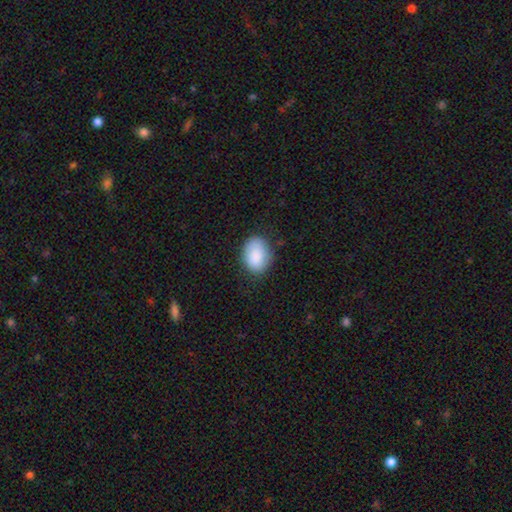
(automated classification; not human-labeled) This appears to be a smooth galaxy with no disk features (88%) that is in between round and cigar-shaped (73%). Merging: none (78%).